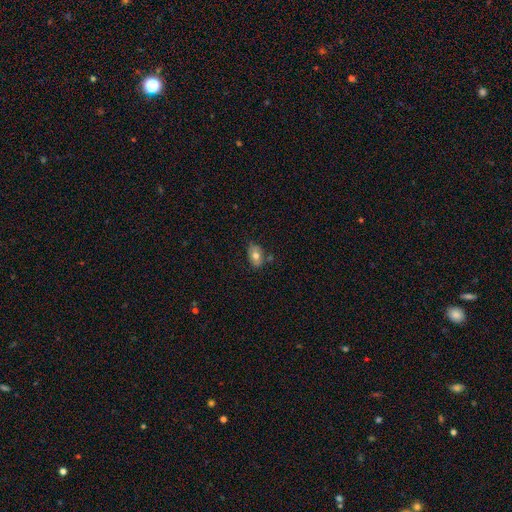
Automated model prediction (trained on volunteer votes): Overall: smooth (70%). How rounded: in between (86%). Merging: none (66%).